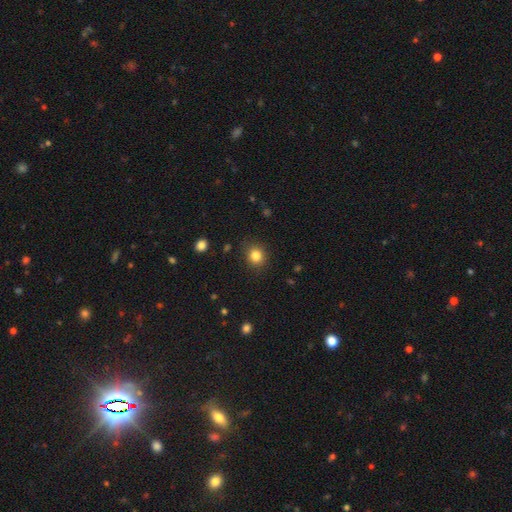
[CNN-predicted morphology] Smooth or featured? Predicted: smooth (p=0.83). How rounded? Predicted: round (p=0.82). Merging? Predicted: none (p=0.86).